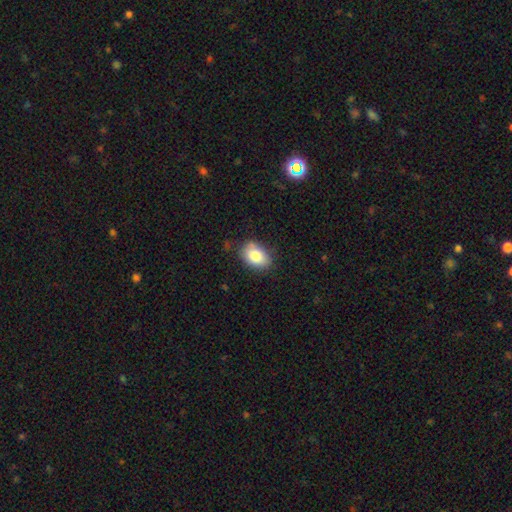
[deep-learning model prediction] This is clearly a smooth galaxy (83%). How rounded: clearly in between (83%). Merging: likely none (72%).